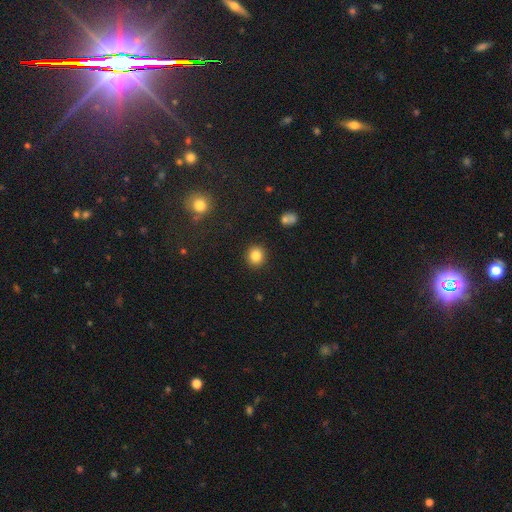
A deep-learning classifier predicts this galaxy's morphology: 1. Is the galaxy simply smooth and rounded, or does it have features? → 84% smooth, 11% star or artifact, 6% featured or disk.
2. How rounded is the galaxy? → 86% round, 13% in between, 1% cigar-shaped.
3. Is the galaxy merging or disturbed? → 91% none, 6% minor disturbance, 2% major disturbance, 1% merger.